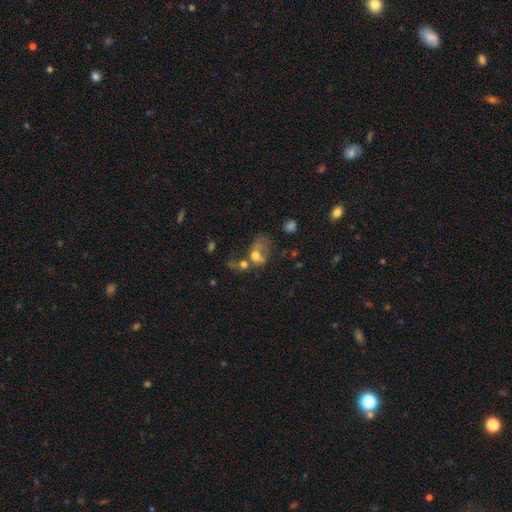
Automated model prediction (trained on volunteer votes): A smooth galaxy with no disk features (58%) that is in between round and cigar-shaped (57%).

Vote fractions:
- Smooth or featured? smooth: 58% / featured or disk: 28% / star or artifact: 14%
- How rounded? in between: 57% / round: 41% / cigar-shaped: 2%
- Merging? merger: 49% / major disturbance: 25% / none: 15% / minor disturbance: 11%